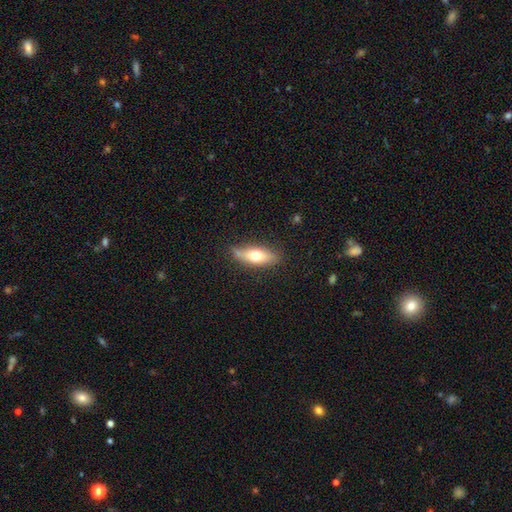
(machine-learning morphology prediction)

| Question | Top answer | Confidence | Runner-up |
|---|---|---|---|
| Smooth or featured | smooth | 64% | featured or disk (30%) |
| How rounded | in between | 63% | cigar-shaped (34%) |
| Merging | none | 73% | minor disturbance (21%) |